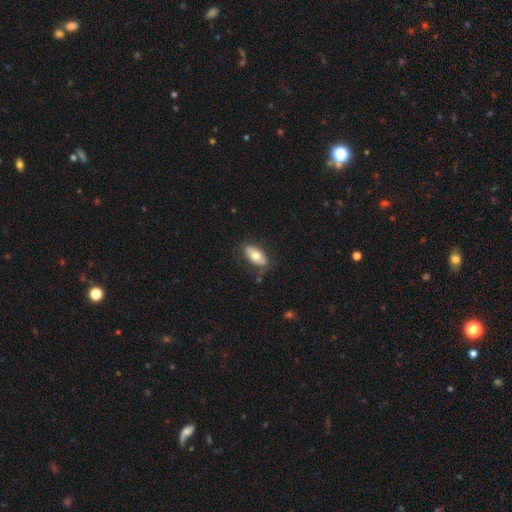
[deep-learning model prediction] This appears to be a smooth galaxy with no disk features (66%) that is in between round and cigar-shaped (90%). Merging: none (74%).